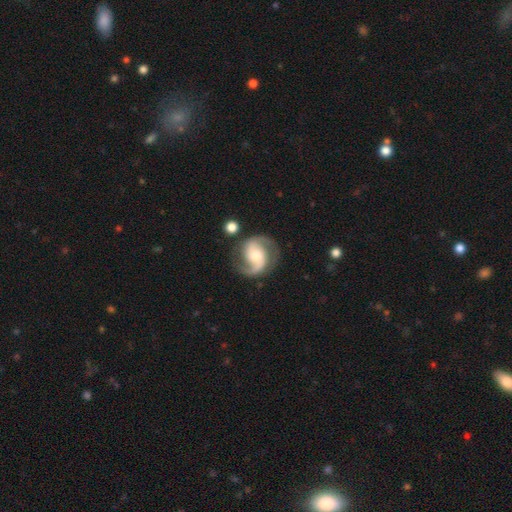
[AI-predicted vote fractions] featured or disk 88%, smooth 7%, star or artifact 5%. Down the decision tree: edge-on disk — no (98%); bar — no (51%); spiral arms — yes (97%); spiral arm count — 2 (91%); spiral winding — medium (56%); bulge size — moderate (56%); merging — none (77%).